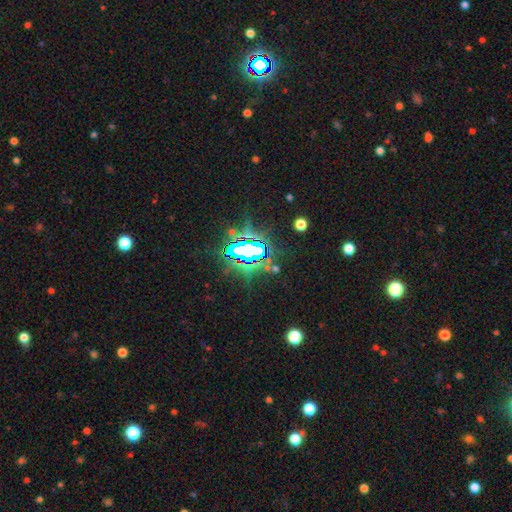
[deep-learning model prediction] star or artifact 78%, smooth 11%, featured or disk 10%.